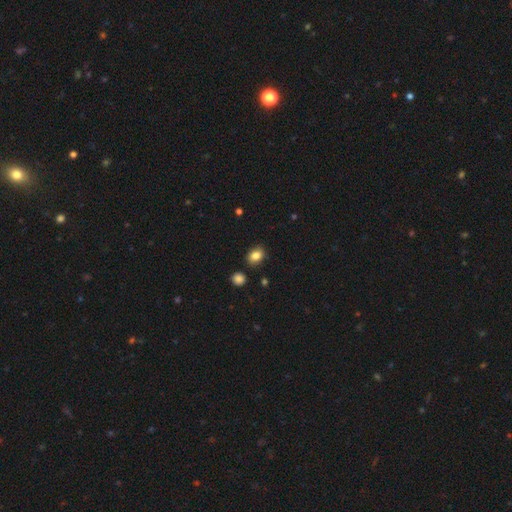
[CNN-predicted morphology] The model was most divided on "how rounded": in between: 68%, round: 30%, cigar-shaped: 1%. More confident: smooth or featured — smooth (85%); merging — none (84%).